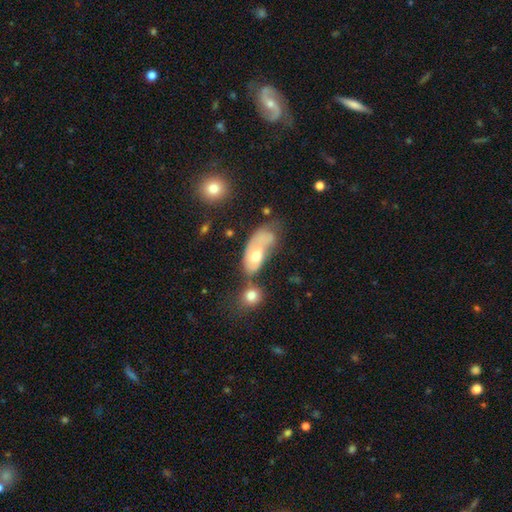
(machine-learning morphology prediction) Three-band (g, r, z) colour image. It shows a smooth galaxy with no disk features (49%). Merging: major disturbance (31%).